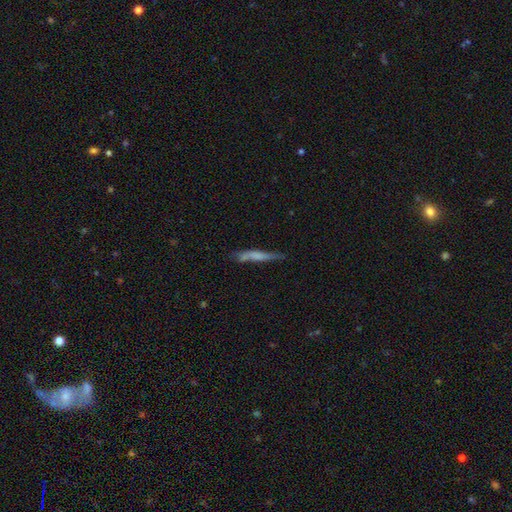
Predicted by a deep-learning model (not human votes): A smooth galaxy with no disk features (58%) that is cigar-shaped (92%).

Vote fractions:
- Smooth or featured? smooth: 58% / featured or disk: 35% / star or artifact: 7%
- How rounded? cigar-shaped: 92% / in between: 6% / round: 2%
- Merging? none: 61% / minor disturbance: 25% / major disturbance: 8% / merger: 6%